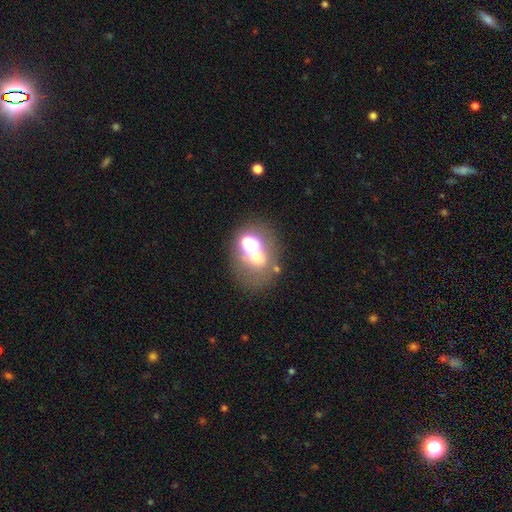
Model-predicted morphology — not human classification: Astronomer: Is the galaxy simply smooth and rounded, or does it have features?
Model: smooth — 49% (runner-up: star or artifact, 31%).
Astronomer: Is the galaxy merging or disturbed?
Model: none — 49% (runner-up: merger, 28%).